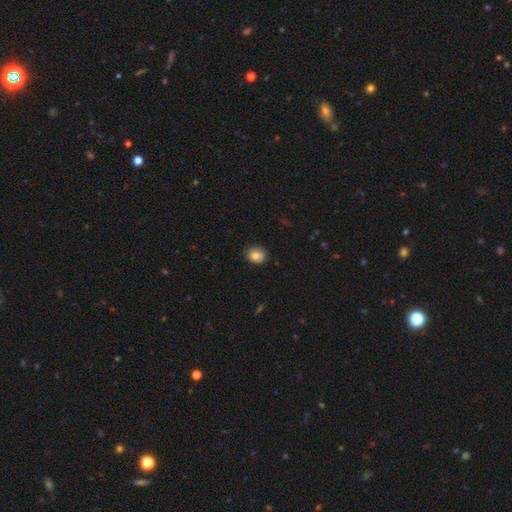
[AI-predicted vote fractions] Smooth or featured: smooth — 74% (featured or disk — 17%)
How rounded: round — 68% (in between — 31%)
Merging: none — 74% (minor disturbance — 20%)